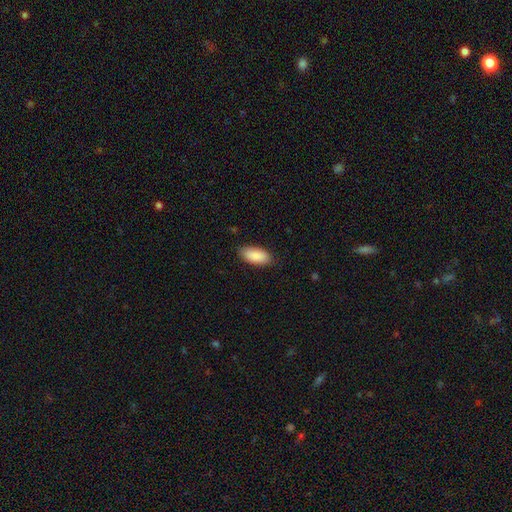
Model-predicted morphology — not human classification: smooth-or-featured: smooth: 89% | star or artifact: 6% | featured or disk: 5%
  how-rounded: in between: 91% | cigar-shaped: 7% | round: 2%
  merging: none: 83% | minor disturbance: 13% | major disturbance: 2% | merger: 1%